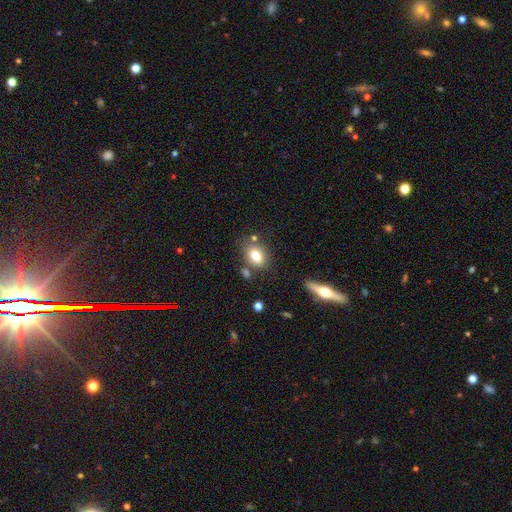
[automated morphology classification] This is likely a smooth galaxy (77%). How rounded: likely in between (70%). Merging: likely none (70%).